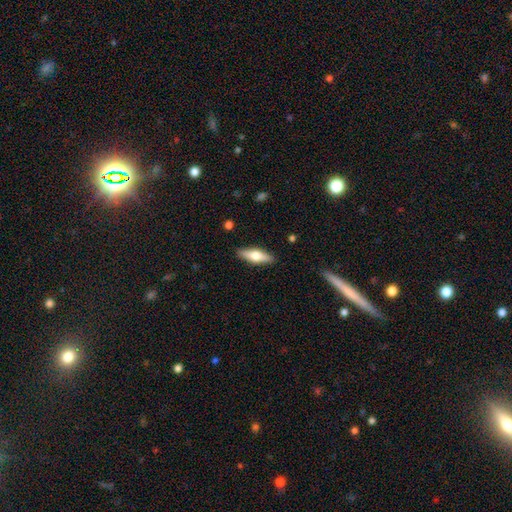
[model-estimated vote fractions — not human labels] smooth_or_featured: smooth (p=0.53) [alt: featured or disk p=0.41]
how_rounded: cigar-shaped (p=0.50) [alt: in between p=0.48]
merging: none (p=0.89) [alt: minor disturbance p=0.08]